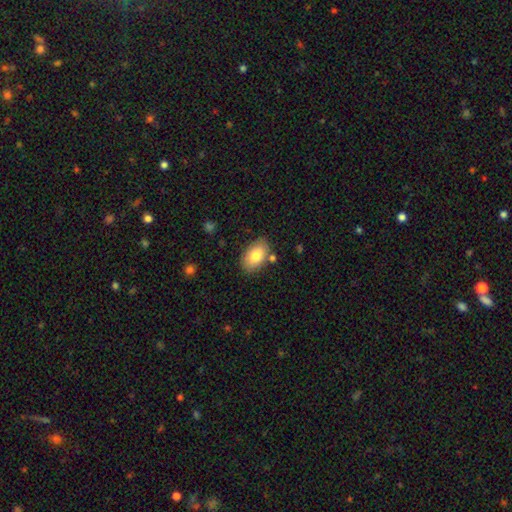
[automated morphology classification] smooth-or-featured: smooth: 80% | featured or disk: 13% | star or artifact: 7%
  how-rounded: in between: 91% | round: 8% | cigar-shaped: 1%
  merging: none: 79% | minor disturbance: 13% | merger: 5% | major disturbance: 3%